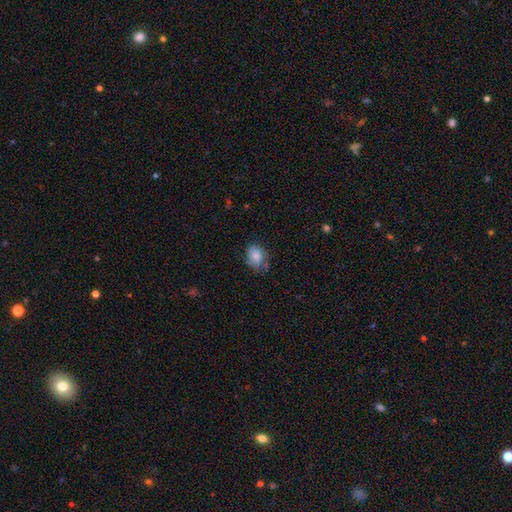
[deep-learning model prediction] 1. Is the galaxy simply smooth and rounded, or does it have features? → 79% smooth, 13% featured or disk, 8% star or artifact.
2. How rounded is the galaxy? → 64% in between, 35% round, 1% cigar-shaped.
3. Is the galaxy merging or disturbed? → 61% none, 29% minor disturbance, 8% major disturbance, 3% merger.